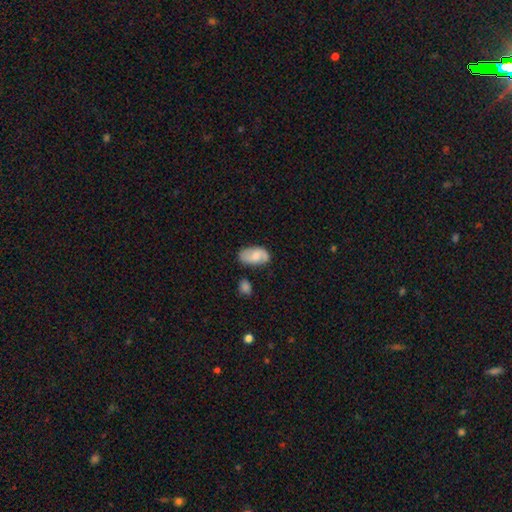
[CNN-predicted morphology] Overall: smooth (55%; featured or disk 38%). How rounded: in between (93%). Merging: none (65%).